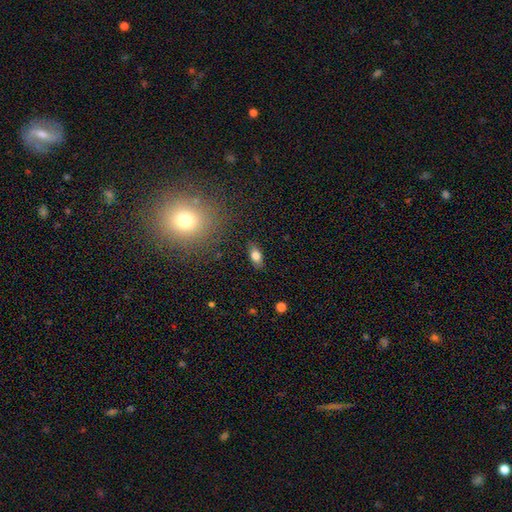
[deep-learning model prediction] Morphology: type=smooth (80%); roundness=in between (88%); merging=none (86%).